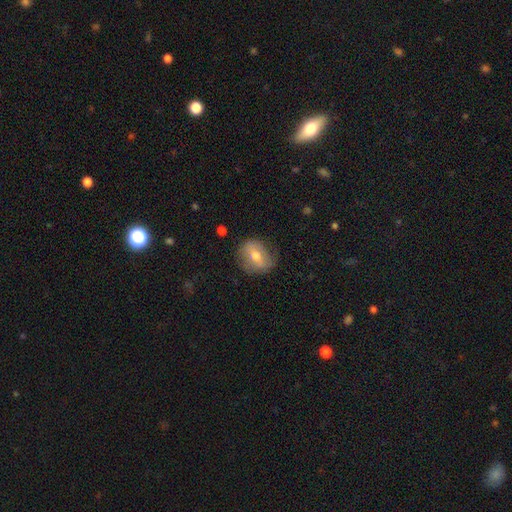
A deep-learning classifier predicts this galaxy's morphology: The model was most divided on "how rounded": round: 51%, in between: 47%, cigar-shaped: 2%. More confident: merging — none (70%); smooth or featured — smooth (56%).